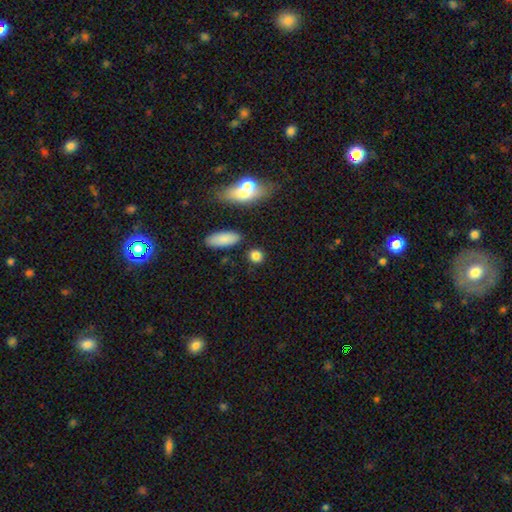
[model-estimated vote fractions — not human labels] This appears to be a smooth galaxy with no disk features (85%) that is round (77%). Merging: none (82%).